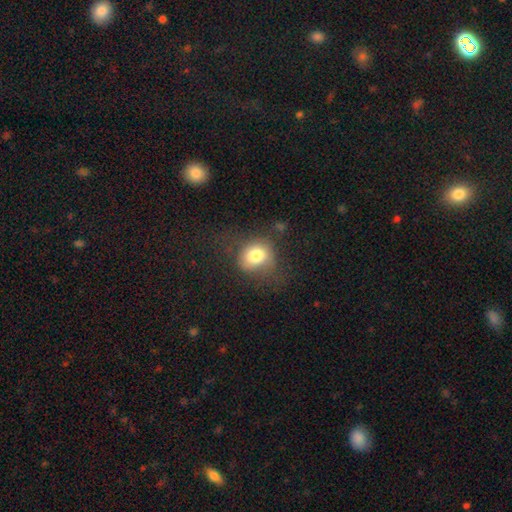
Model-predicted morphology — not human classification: type=smooth (76%); roundness=round (66%); merging=none (58%).